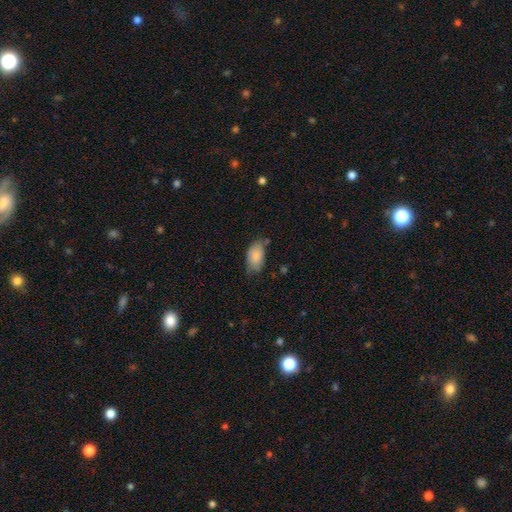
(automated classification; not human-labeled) Smooth or featured: smooth — 84% (featured or disk — 9%)
How rounded: in between — 93% (round — 5%)
Merging: none — 56% (minor disturbance — 33%)